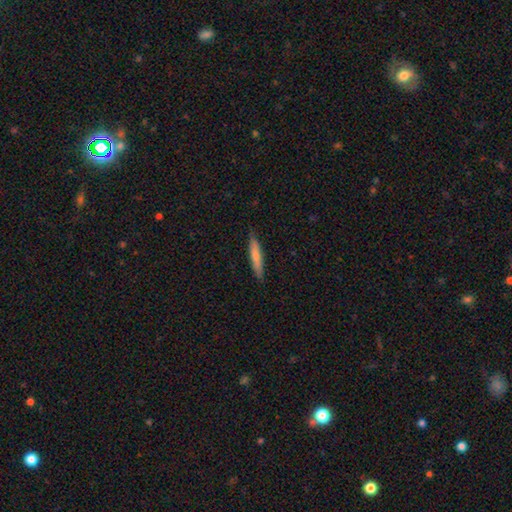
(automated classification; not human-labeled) A smooth galaxy with no disk features (75%) that is cigar-shaped (91%).

Vote fractions:
- Smooth or featured? smooth: 75% / featured or disk: 20% / star or artifact: 5%
- How rounded? cigar-shaped: 91% / in between: 8% / round: 1%
- Merging? none: 87% / minor disturbance: 10% / major disturbance: 2% / merger: 1%